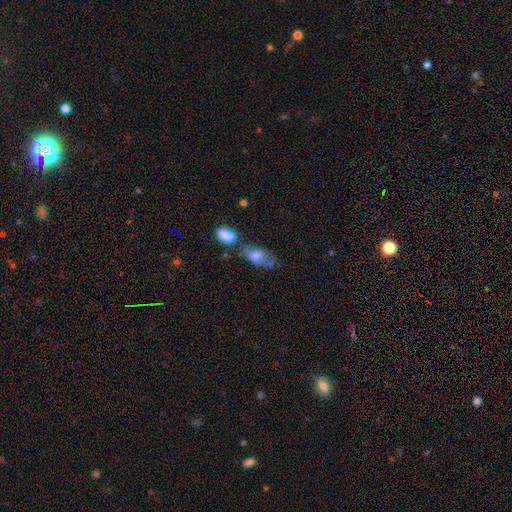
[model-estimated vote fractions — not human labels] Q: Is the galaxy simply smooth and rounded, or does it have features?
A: smooth — 68%.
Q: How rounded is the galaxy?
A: in between — 87%.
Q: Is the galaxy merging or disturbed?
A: merger — 31%.